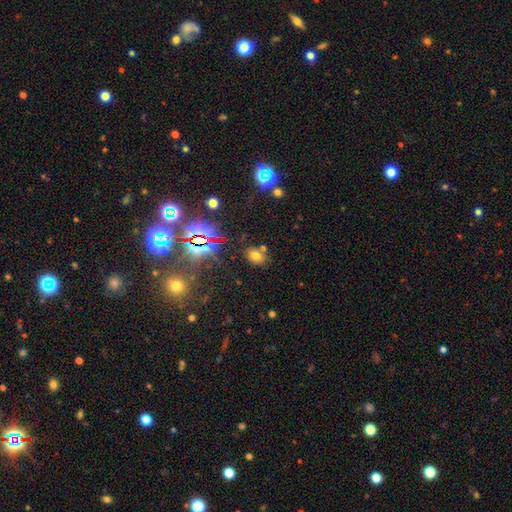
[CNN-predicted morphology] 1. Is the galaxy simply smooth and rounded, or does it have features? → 63% smooth, 26% star or artifact, 11% featured or disk.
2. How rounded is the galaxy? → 68% in between, 31% round, 1% cigar-shaped.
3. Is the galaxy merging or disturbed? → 75% none, 11% minor disturbance, 11% merger, 4% major disturbance.